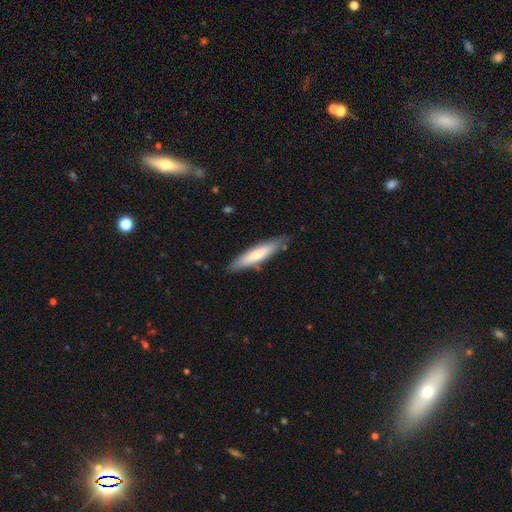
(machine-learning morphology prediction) smooth 69%, featured or disk 26%, star or artifact 5%. Down the decision tree: how rounded — cigar-shaped (83%); merging — none (83%).